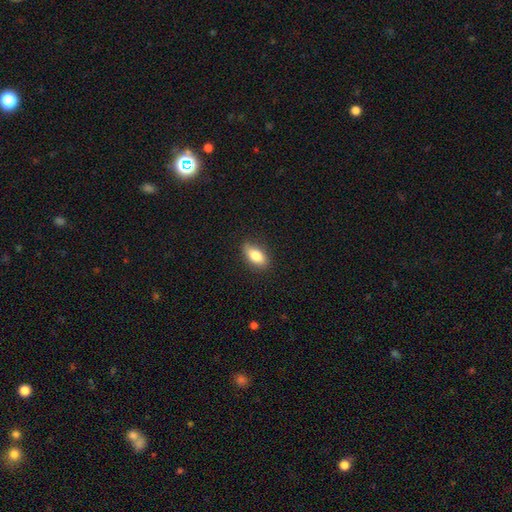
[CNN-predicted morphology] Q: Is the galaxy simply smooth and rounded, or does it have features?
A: smooth — 81%.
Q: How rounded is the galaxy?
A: in between — 87%.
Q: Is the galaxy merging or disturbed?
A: none — 81%.